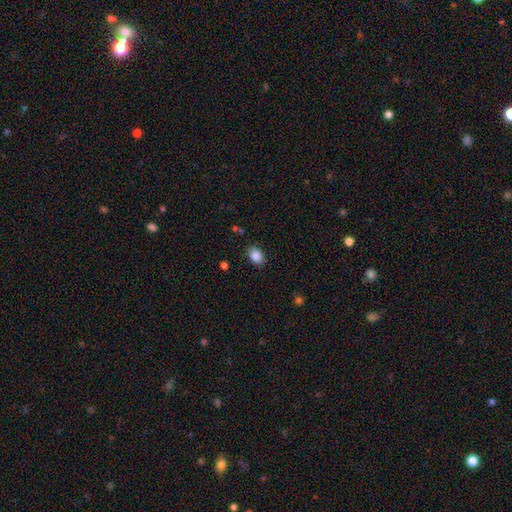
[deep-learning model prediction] A smooth galaxy with no disk features (87%) that is in between round and cigar-shaped (84%).

Vote fractions:
- Smooth or featured? smooth: 87% / star or artifact: 8% / featured or disk: 5%
- How rounded? in between: 84% / round: 15% / cigar-shaped: 1%
- Merging? none: 86% / minor disturbance: 10% / major disturbance: 3% / merger: 1%